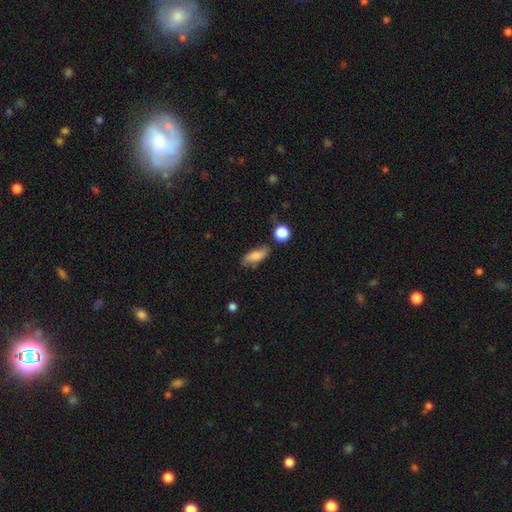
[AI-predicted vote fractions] A smooth galaxy with no disk features (77%) that is in between round and cigar-shaped (72%).

Vote fractions:
- Smooth or featured? smooth: 77% / featured or disk: 15% / star or artifact: 8%
- How rounded? in between: 72% / cigar-shaped: 24% / round: 5%
- Merging? none: 68% / minor disturbance: 22% / merger: 5% / major disturbance: 5%